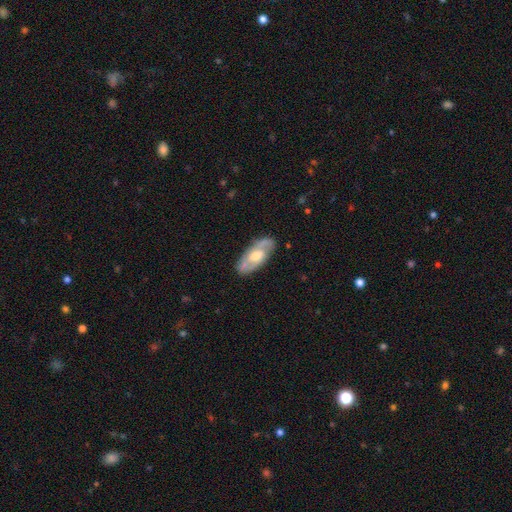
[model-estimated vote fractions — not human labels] smooth_or_featured: featured or disk (p=0.67) [alt: smooth p=0.28]
disk_edge_on: no (p=0.87) [alt: yes p=0.13]
bar: no (p=0.54) [alt: weak p=0.36]
has_spiral_arms: yes (p=0.72) [alt: no p=0.28]
bulge_size: moderate (p=0.67) [alt: small p=0.18]
merging: none (p=0.80) [alt: minor disturbance p=0.15]